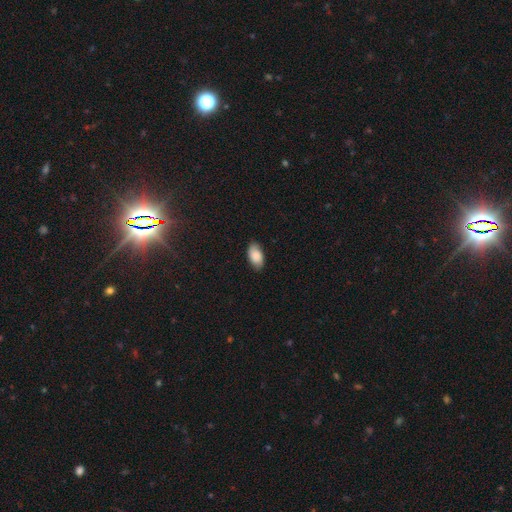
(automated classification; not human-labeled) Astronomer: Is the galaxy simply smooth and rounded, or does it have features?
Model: smooth — 85%.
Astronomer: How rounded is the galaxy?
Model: in between — 94%.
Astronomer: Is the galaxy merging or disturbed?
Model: none — 84%.